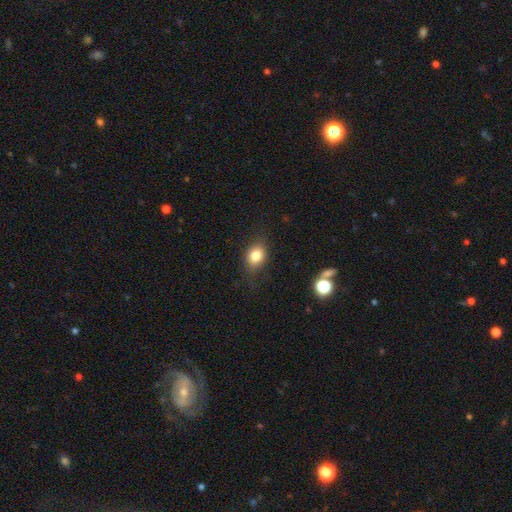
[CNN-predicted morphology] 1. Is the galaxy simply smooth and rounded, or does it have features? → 81% smooth, 10% star or artifact, 9% featured or disk.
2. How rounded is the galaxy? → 61% in between, 38% round, 1% cigar-shaped.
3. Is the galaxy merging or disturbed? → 78% none, 15% minor disturbance, 5% major disturbance, 1% merger.